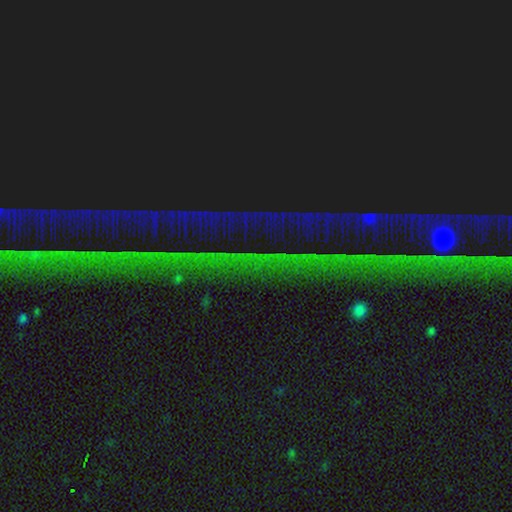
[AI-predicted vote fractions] A star or artifact, not a galaxy (88%).